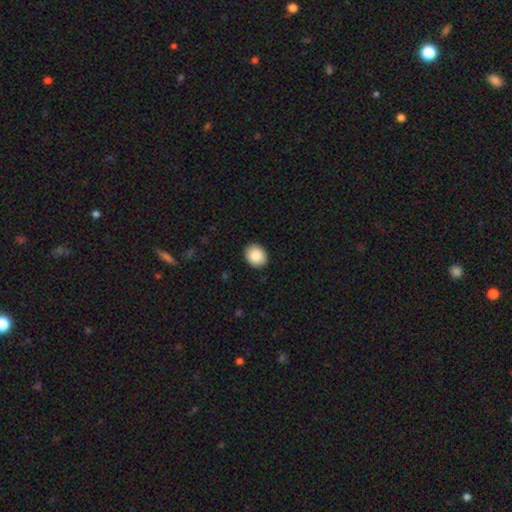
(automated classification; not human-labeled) The model was most divided on "how rounded": round: 62%, in between: 37%, cigar-shaped: 1%. More confident: merging — none (91%); smooth or featured — smooth (88%).